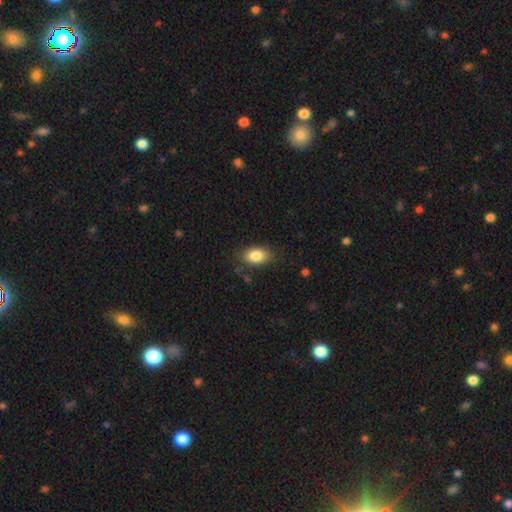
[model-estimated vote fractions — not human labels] This appears to be a smooth galaxy with no disk features (85%) that is in between round and cigar-shaped (88%). Merging: none (80%).